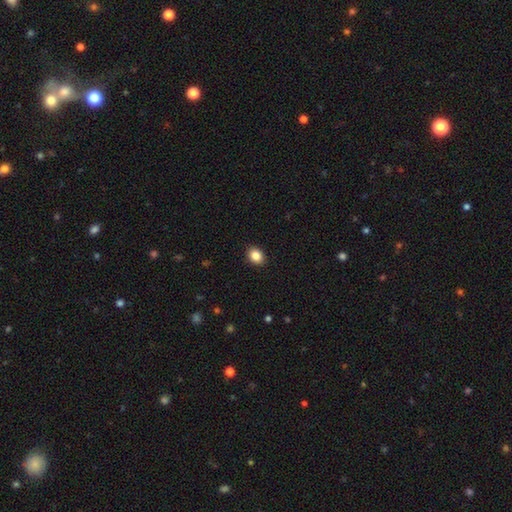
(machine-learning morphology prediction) Smooth or featured? smooth (86%)
How rounded? in between (54%)
Merging? none (91%)